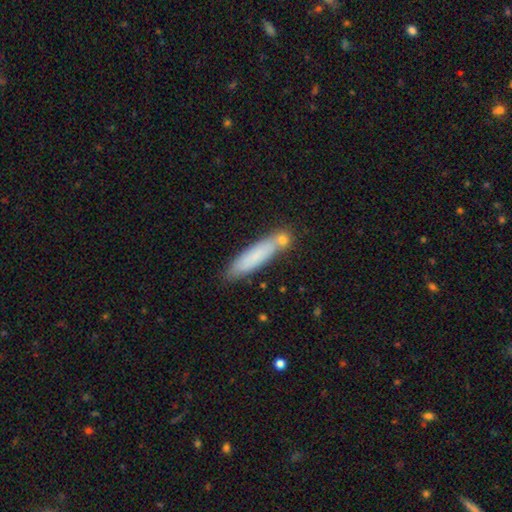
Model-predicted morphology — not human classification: A smooth galaxy with no disk features (75%) that is cigar-shaped (82%).

Vote fractions:
- Smooth or featured? smooth: 75% / featured or disk: 18% / star or artifact: 7%
- How rounded? cigar-shaped: 82% / in between: 16% / round: 1%
- Merging? none: 72% / minor disturbance: 13% / merger: 12% / major disturbance: 3%